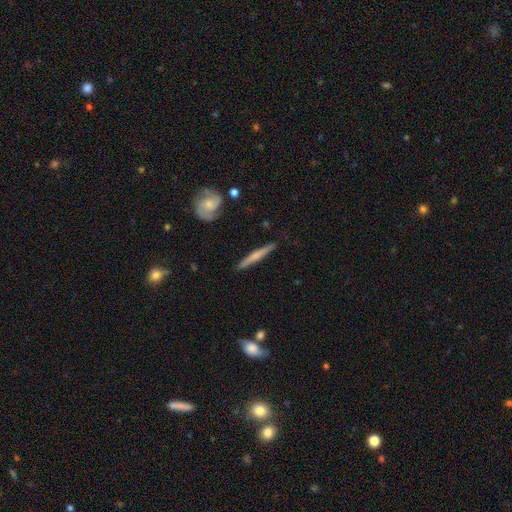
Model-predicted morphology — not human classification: Smooth or featured: featured or disk — 52% (smooth — 43%)
Edge-on disk: yes — 94% (no — 6%)
Merging: none — 88% (minor disturbance — 9%)